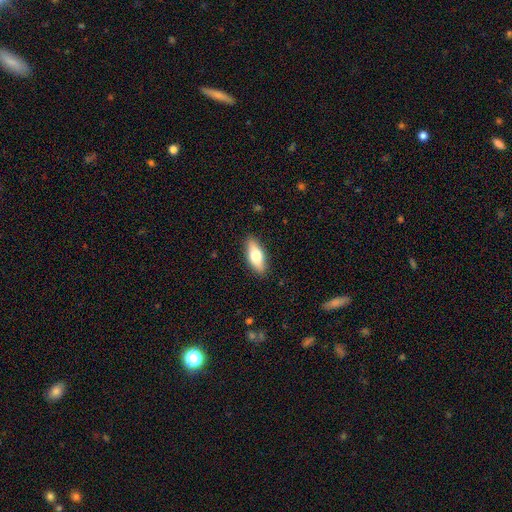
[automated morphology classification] Overall: smooth (64%; featured or disk 29%). How rounded: in between (71%). Merging: none (88%).